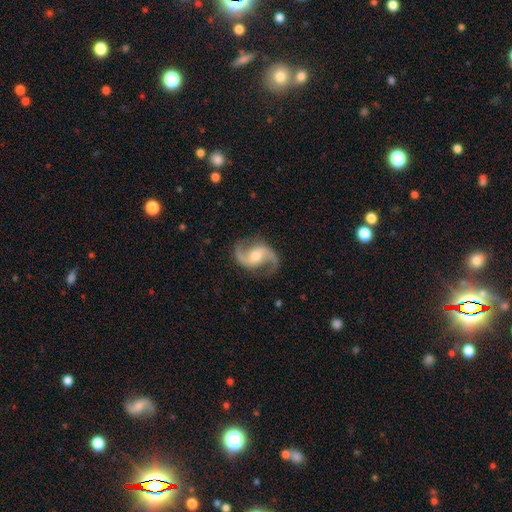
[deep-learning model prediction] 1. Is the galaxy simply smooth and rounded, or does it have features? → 92% featured or disk, 4% star or artifact, 3% smooth.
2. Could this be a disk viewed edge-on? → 98% no, 2% yes.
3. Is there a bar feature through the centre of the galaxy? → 44% weak, 39% no, 17% strong.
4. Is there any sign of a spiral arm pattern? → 98% yes, 2% no.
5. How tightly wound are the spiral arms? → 52% medium, 39% loose, 9% tight.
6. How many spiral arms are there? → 94% 2, 1% can't tell, 1% 1, 1% 3, 1% 4, 1% more than 4.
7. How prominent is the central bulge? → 64% moderate, 25% small, 7% large, 3% none, 1% dominant.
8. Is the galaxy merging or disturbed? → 83% none, 11% minor disturbance, 4% major disturbance, 1% merger.